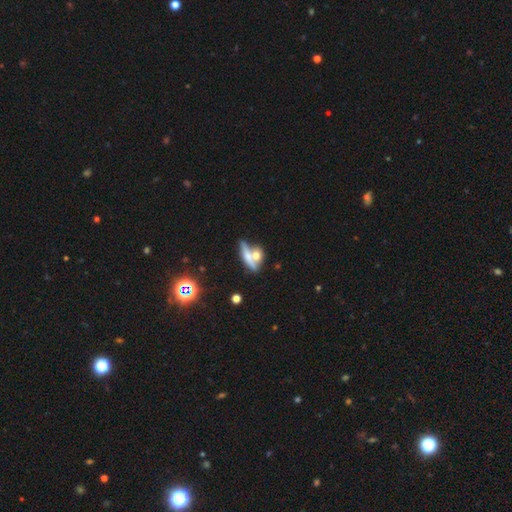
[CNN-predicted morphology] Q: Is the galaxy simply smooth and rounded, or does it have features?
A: smooth — 56%.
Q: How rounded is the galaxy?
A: in between — 43%.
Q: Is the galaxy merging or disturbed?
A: merger — 46%.